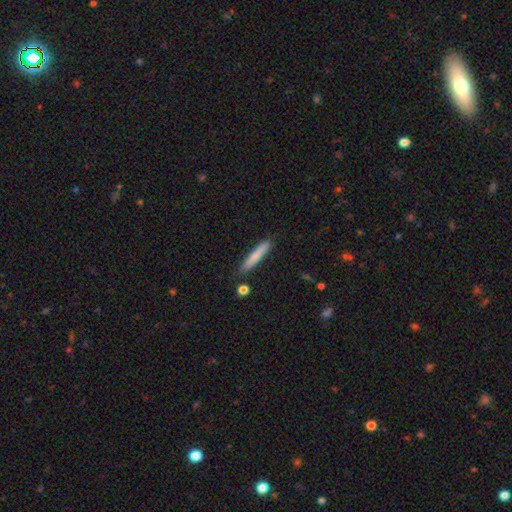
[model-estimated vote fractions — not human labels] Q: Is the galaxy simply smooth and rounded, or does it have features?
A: smooth — 76%.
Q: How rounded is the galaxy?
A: cigar-shaped — 93%.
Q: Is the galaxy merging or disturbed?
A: none — 84%.